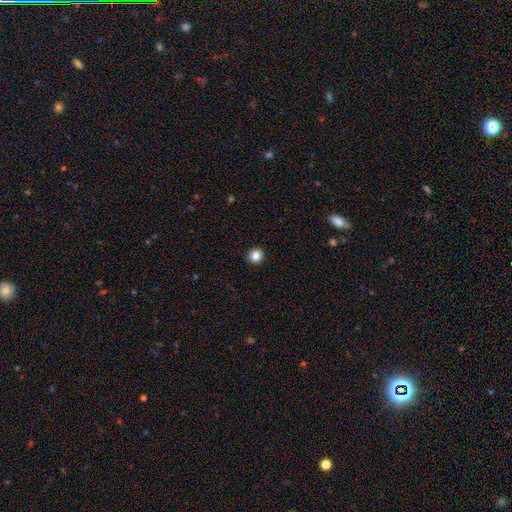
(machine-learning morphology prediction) Smooth or featured: smooth — 85% (star or artifact — 11%)
How rounded: round — 93% (in between — 6%)
Merging: none — 93% (minor disturbance — 5%)